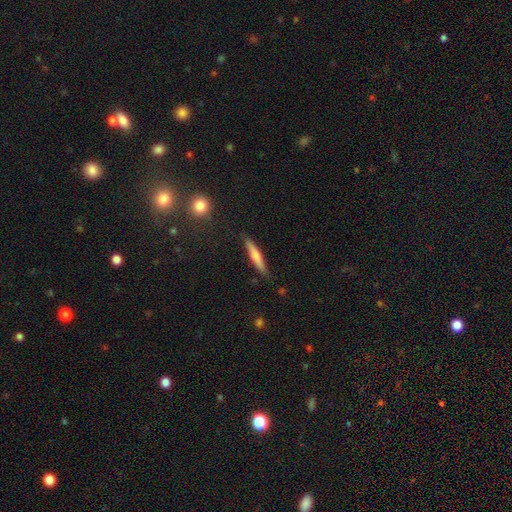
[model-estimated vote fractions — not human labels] Smooth or featured? smooth (61%)
How rounded? cigar-shaped (91%)
Merging? none (84%)